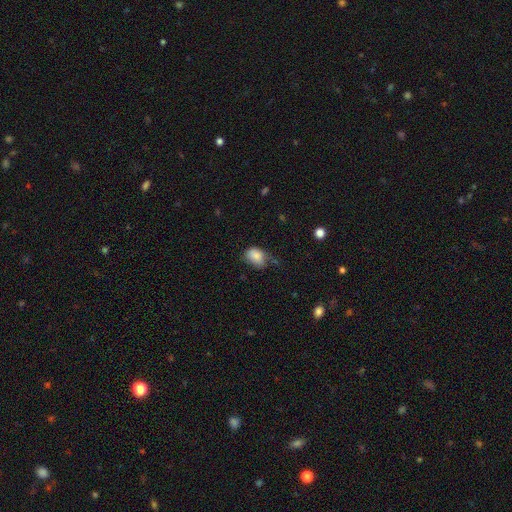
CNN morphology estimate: Q: Smooth or featured?
A: smooth (82%); runner-up: featured or disk (9%)
Q: How rounded?
A: in between (75%); runner-up: round (23%)
Q: Merging?
A: none (48%); runner-up: minor disturbance (37%)